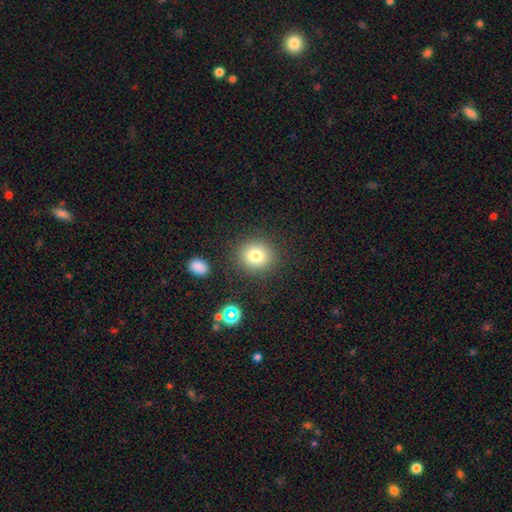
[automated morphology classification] This is likely a smooth galaxy (79%). How rounded: clearly round (87%). Merging: clearly none (86%).